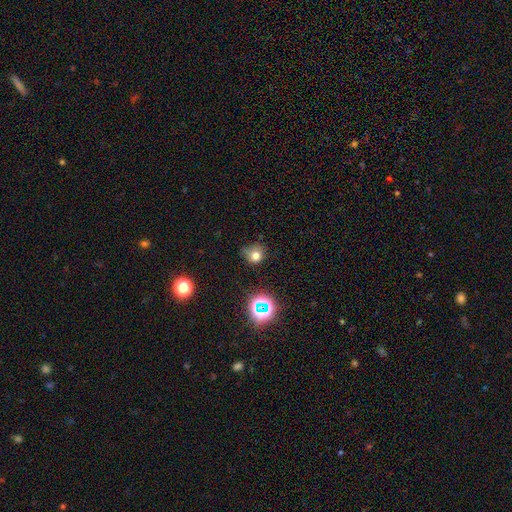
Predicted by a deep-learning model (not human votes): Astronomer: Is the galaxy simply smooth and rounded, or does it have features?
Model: smooth — 72%.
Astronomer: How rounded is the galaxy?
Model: round — 82%.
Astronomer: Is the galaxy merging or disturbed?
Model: none — 59%.